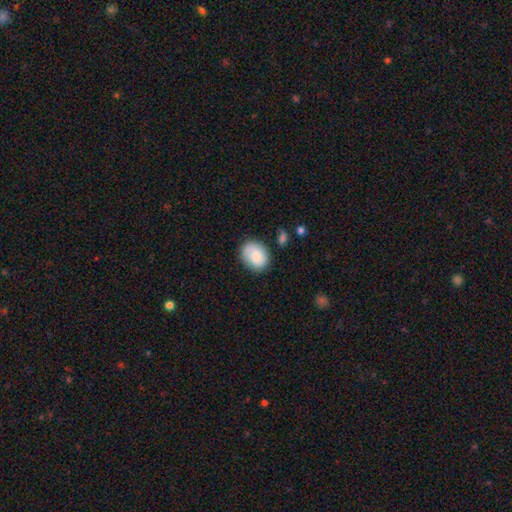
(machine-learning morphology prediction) Smooth or featured: smooth — 76% (featured or disk — 17%)
How rounded: in between — 52% (round — 48%)
Merging: none — 72% (minor disturbance — 19%)